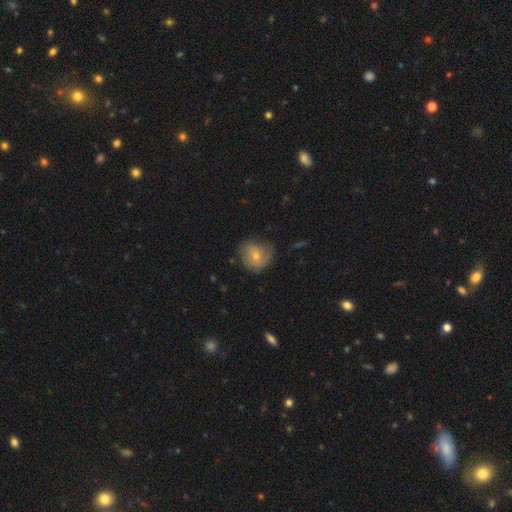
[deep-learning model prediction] smooth_or_featured: smooth (p=0.58) [alt: featured or disk p=0.35]
how_rounded: round (p=0.78) [alt: in between p=0.21]
merging: none (p=0.61) [alt: minor disturbance p=0.27]